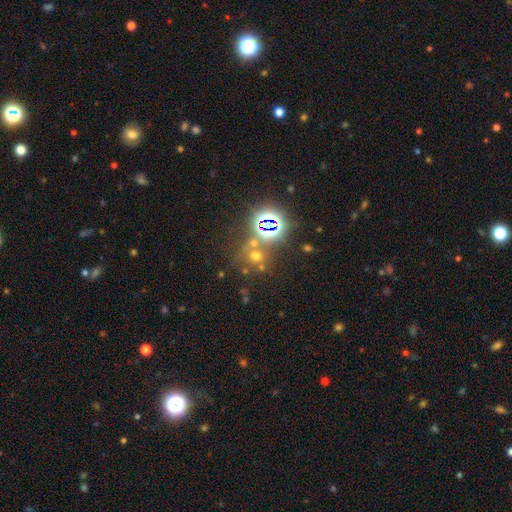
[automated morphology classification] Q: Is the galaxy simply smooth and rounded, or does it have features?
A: smooth — 45%.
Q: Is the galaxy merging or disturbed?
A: none — 62%.